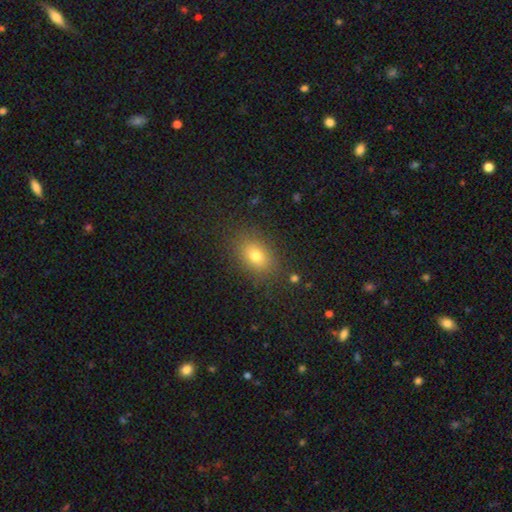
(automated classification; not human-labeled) A smooth galaxy with no disk features (75%) that is in between round and cigar-shaped (74%). Merging: none (84%).